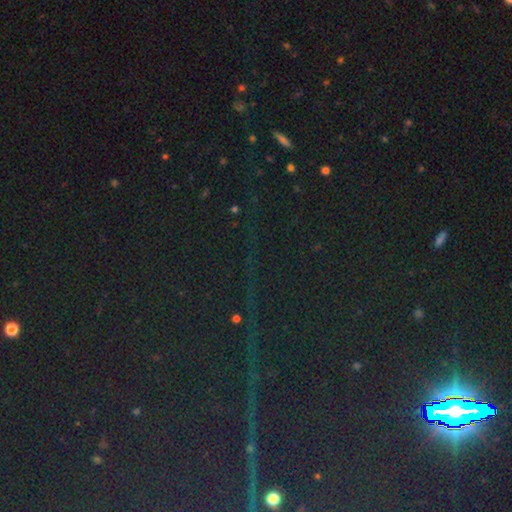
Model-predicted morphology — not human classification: Smooth or featured? Predicted: star or artifact (p=0.86).